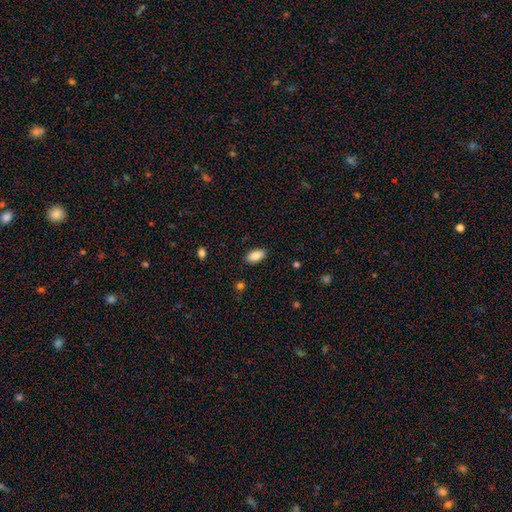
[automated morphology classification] smooth 87%, star or artifact 7%, featured or disk 6%. Down the decision tree: how rounded — in between (92%); merging — none (88%).